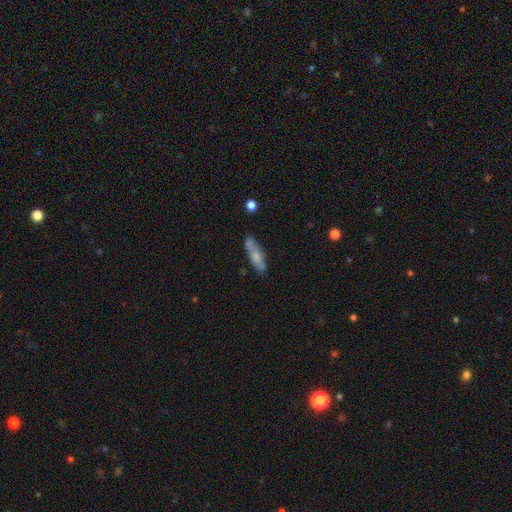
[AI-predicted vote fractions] Overall: smooth (63%; featured or disk 31%). How rounded: cigar-shaped (64%; in between 34%). Merging: none (74%).